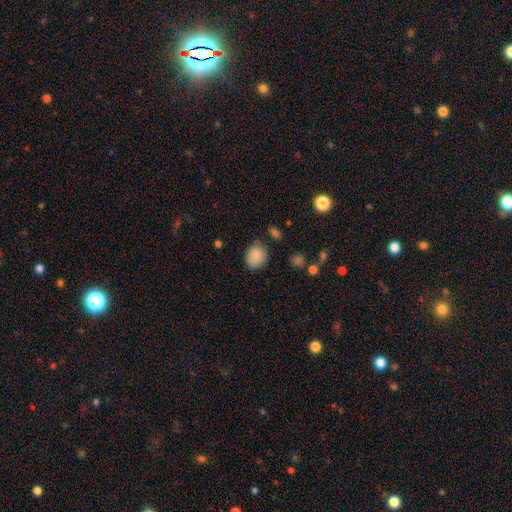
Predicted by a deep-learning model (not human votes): Smooth or featured? Predicted: smooth (p=0.87). How rounded? Predicted: round (p=0.65). Merging? Predicted: none (p=0.76).